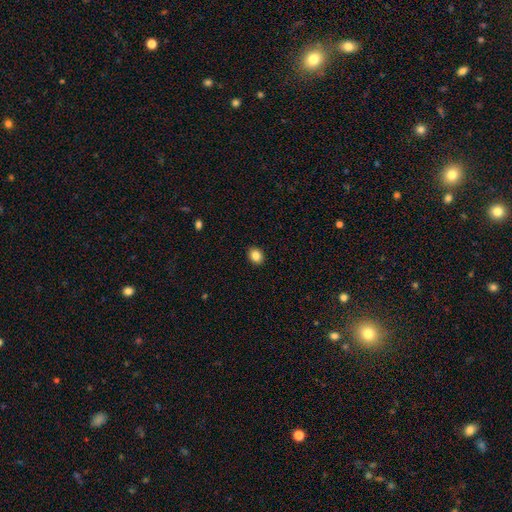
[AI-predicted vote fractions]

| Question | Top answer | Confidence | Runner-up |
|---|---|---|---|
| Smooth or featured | smooth | 85% | star or artifact (10%) |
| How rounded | round | 56% | in between (44%) |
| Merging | none | 91% | minor disturbance (6%) |